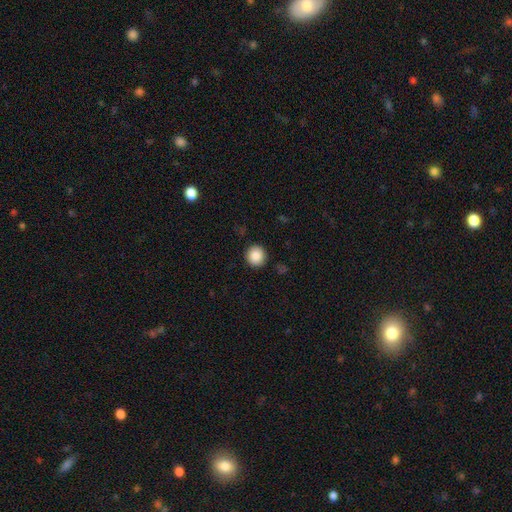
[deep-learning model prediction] Smooth or featured: smooth — 87% (star or artifact — 9%)
How rounded: round — 92% (in between — 7%)
Merging: none — 91% (minor disturbance — 6%)